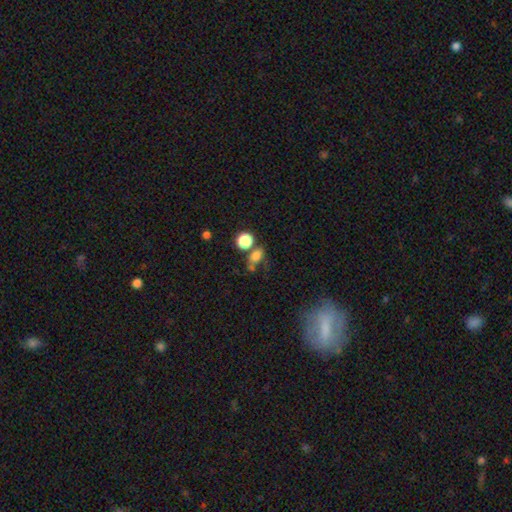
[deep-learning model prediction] This appears to be a smooth galaxy with no disk features (76%) that is in between round and cigar-shaped (54%). Merging: none (48%).